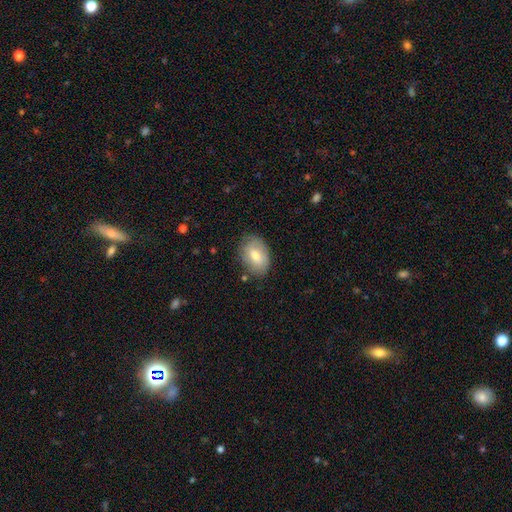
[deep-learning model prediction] smooth-or-featured: smooth: 70% | featured or disk: 23% | star or artifact: 7%
  how-rounded: in between: 85% | round: 14% | cigar-shaped: 1%
  merging: none: 78% | minor disturbance: 16% | major disturbance: 4% | merger: 2%